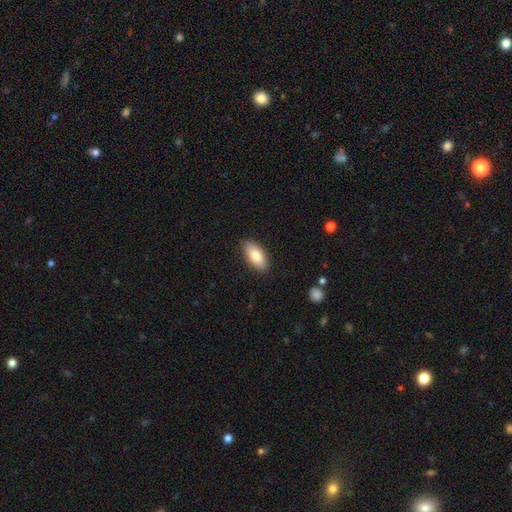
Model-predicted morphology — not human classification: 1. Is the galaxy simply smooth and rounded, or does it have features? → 83% smooth, 11% featured or disk, 6% star or artifact.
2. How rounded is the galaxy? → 90% in between, 7% cigar-shaped, 2% round.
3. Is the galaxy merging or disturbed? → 88% none, 9% minor disturbance, 2% major disturbance, 1% merger.